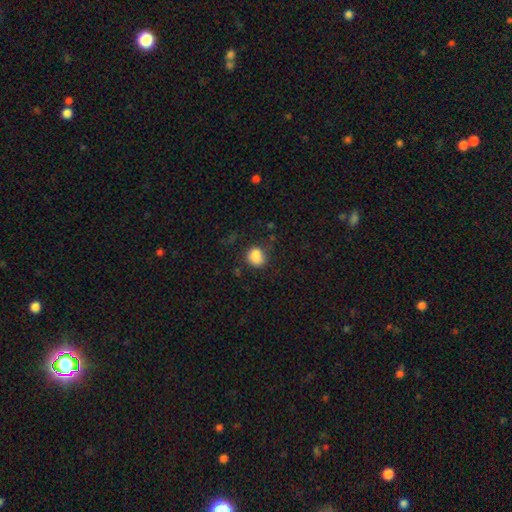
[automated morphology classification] A smooth galaxy with no disk features (85%) that is round (68%). Merging: none (64%).